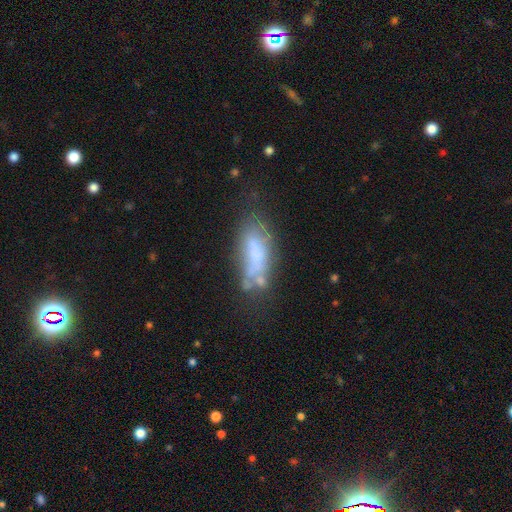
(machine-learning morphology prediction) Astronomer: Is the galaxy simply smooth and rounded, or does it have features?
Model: smooth — 47% (runner-up: featured or disk, 42%).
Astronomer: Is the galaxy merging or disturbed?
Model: none — 36% (runner-up: minor disturbance, 25%).